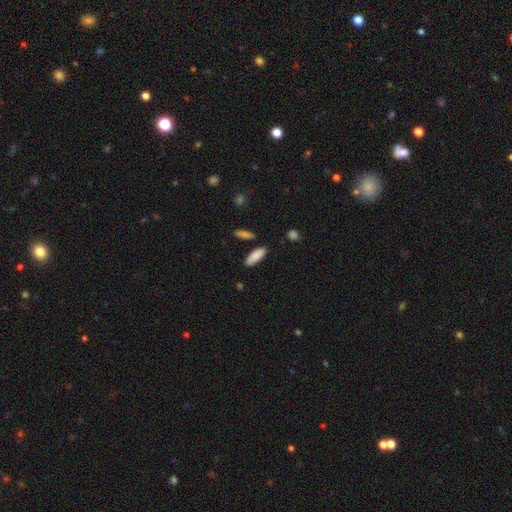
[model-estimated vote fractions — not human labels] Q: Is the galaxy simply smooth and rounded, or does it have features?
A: smooth — 88%.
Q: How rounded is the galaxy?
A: in between — 68%.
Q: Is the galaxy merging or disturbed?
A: none — 83%.